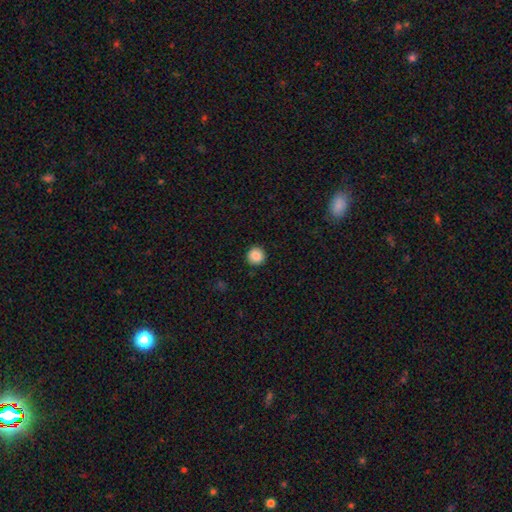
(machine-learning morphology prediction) Overall: smooth (87%). How rounded: round (95%). Merging: none (92%).